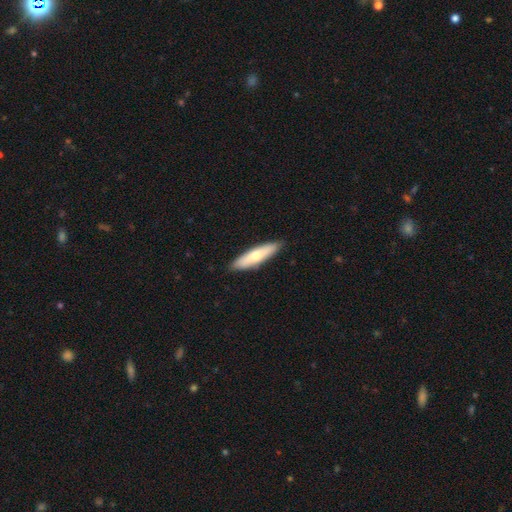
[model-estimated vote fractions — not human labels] Smooth or featured: smooth — 59% (featured or disk — 36%)
How rounded: cigar-shaped — 72% (in between — 26%)
Merging: none — 89% (minor disturbance — 8%)